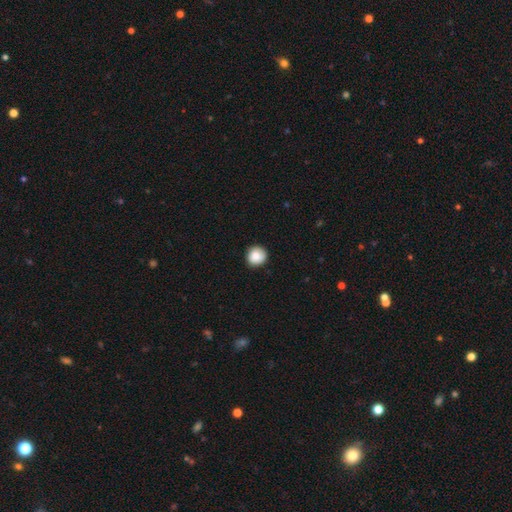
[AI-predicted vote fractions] smooth-or-featured: smooth: 84% | star or artifact: 8% | featured or disk: 8%
  how-rounded: round: 92% | in between: 7% | cigar-shaped: 1%
  merging: none: 88% | minor disturbance: 9% | major disturbance: 2% | merger: 1%